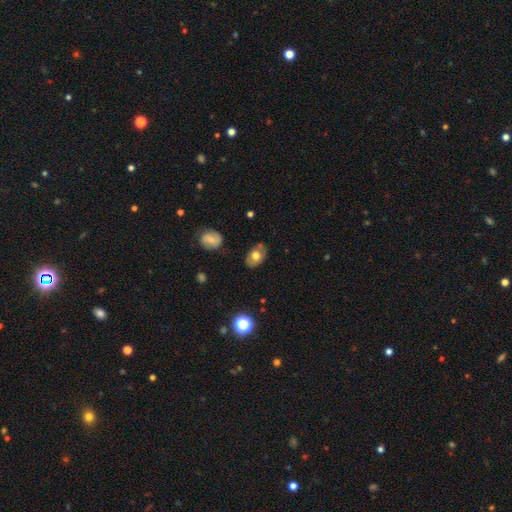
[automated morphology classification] A smooth galaxy with no disk features (64%) that is in between round and cigar-shaped (83%). Merging: none (76%).